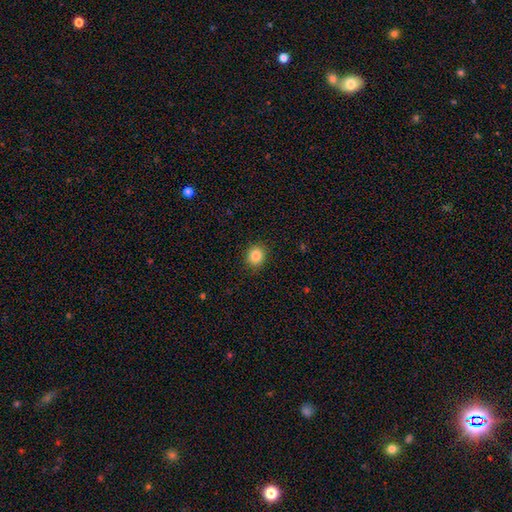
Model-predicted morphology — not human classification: Q: Smooth or featured?
A: smooth (85%); runner-up: star or artifact (10%)
Q: How rounded?
A: round (79%); runner-up: in between (20%)
Q: Merging?
A: none (90%); runner-up: minor disturbance (7%)